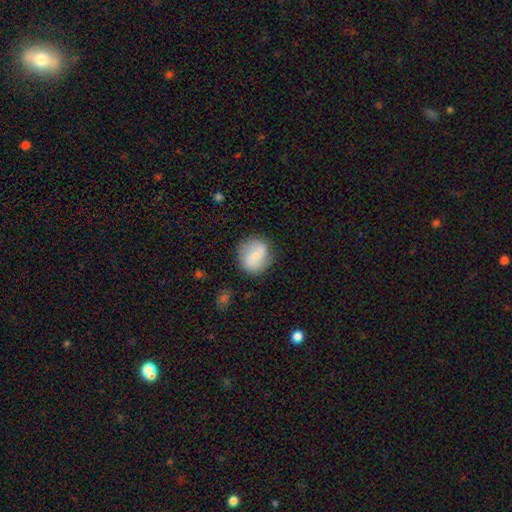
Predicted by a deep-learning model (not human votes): Smooth or featured: smooth — 47% (featured or disk — 46%)
Merging: none — 79% (minor disturbance — 14%)